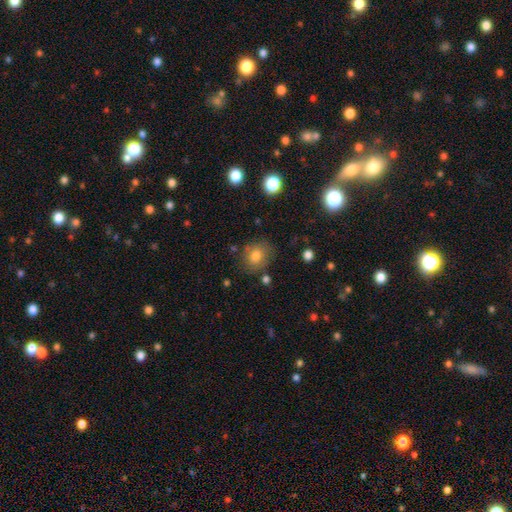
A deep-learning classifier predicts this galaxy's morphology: type=smooth (78%); roundness=round (66%); merging=none (75%).